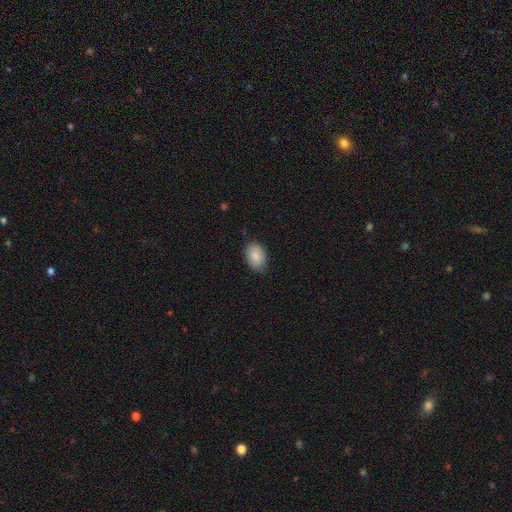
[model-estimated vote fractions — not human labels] smooth_or_featured: smooth (p=0.88) [alt: star or artifact p=0.06]
how_rounded: in between (p=0.87) [alt: round p=0.12]
merging: none (p=0.83) [alt: minor disturbance p=0.14]